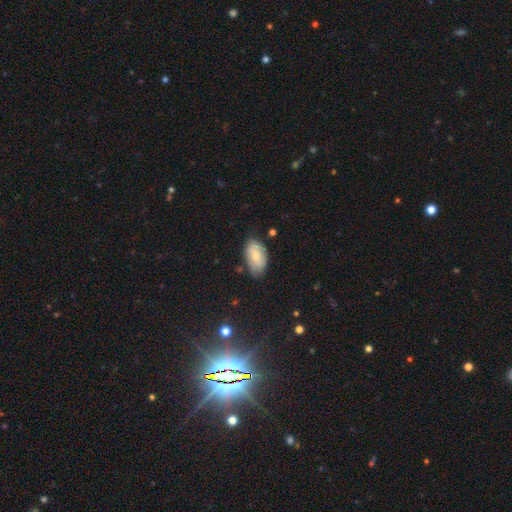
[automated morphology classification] A smooth galaxy with no disk features (77%) that is in between round and cigar-shaped (94%). Merging: none (70%).